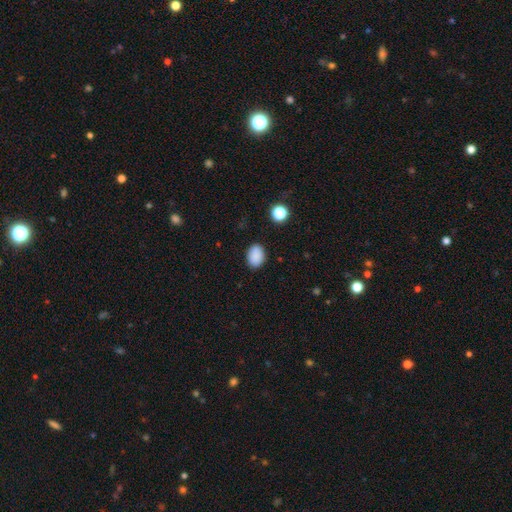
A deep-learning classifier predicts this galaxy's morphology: Q: Smooth or featured?
A: smooth (88%); runner-up: star or artifact (9%)
Q: How rounded?
A: in between (79%); runner-up: round (20%)
Q: Merging?
A: none (87%); runner-up: minor disturbance (10%)